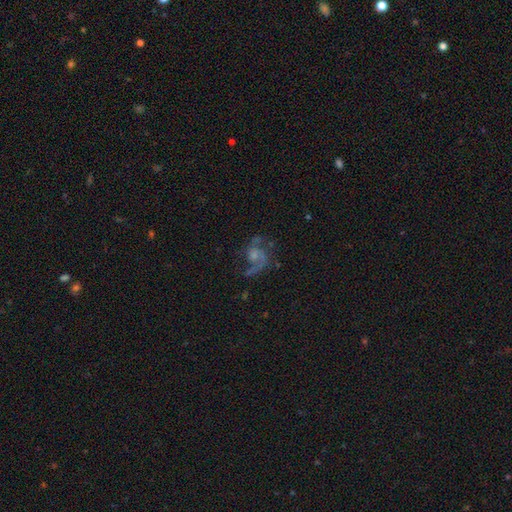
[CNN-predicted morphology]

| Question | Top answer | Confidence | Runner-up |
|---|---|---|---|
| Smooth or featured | featured or disk | 80% | smooth (11%) |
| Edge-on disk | no | 98% | yes (2%) |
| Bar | no | 67% | weak (28%) |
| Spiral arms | yes | 92% | no (8%) |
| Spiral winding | loose | 49% | medium (41%) |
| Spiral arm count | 2 | 73% | 1 (19%) |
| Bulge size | small | 34% | moderate (31%) |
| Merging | none | 52% | major disturbance (26%) |